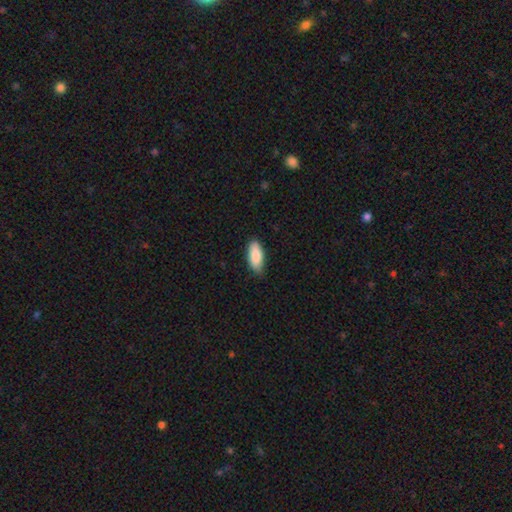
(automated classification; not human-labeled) Smooth or featured? Predicted: smooth (p=0.86). How rounded? Predicted: in between (p=0.83). Merging? Predicted: none (p=0.82).